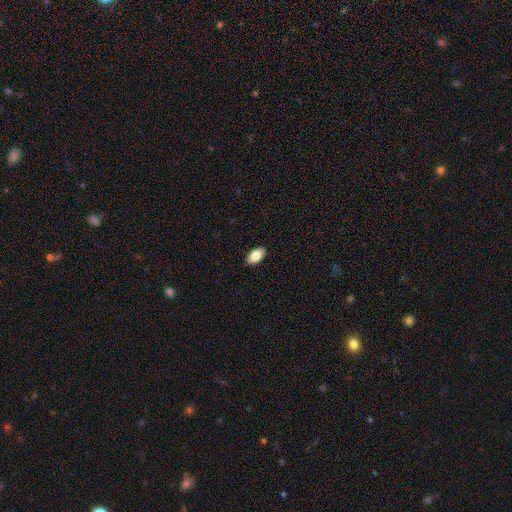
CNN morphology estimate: smooth-or-featured: smooth: 86% | featured or disk: 8% | star or artifact: 7%
  how-rounded: in between: 94% | round: 3% | cigar-shaped: 3%
  merging: none: 90% | minor disturbance: 8% | major disturbance: 2% | merger: 1%